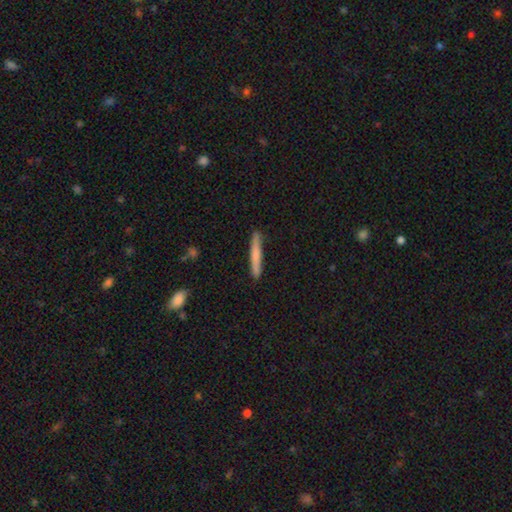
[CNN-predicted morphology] smooth-or-featured: smooth: 67% | featured or disk: 28% | star or artifact: 5%
  how-rounded: cigar-shaped: 95% | in between: 3% | round: 1%
  merging: none: 87% | minor disturbance: 10% | major disturbance: 2% | merger: 2%